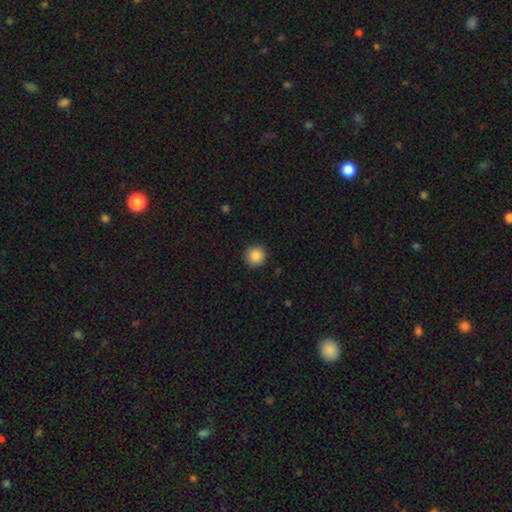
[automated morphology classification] smooth_or_featured: smooth (p=0.87) [alt: star or artifact p=0.09]
how_rounded: round (p=0.94) [alt: in between p=0.05]
merging: none (p=0.91) [alt: minor disturbance p=0.06]